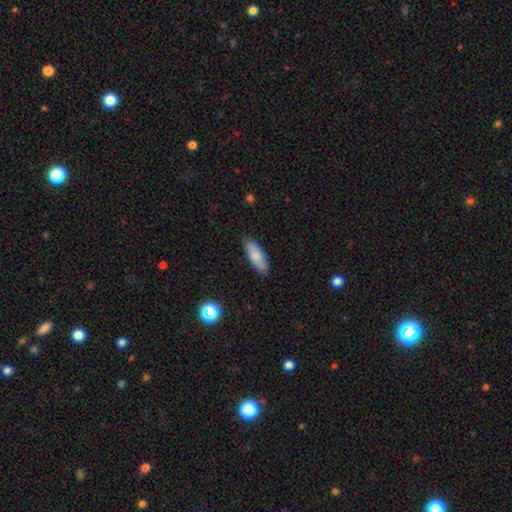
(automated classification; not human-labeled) Smooth or featured? Predicted: smooth (p=0.80). How rounded? Predicted: in between (p=0.70). Merging? Predicted: none (p=0.85).